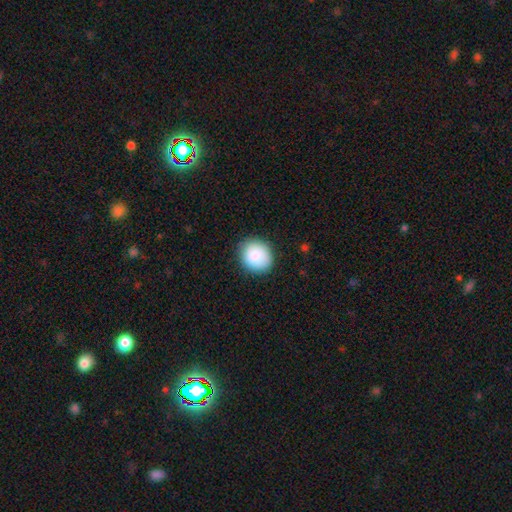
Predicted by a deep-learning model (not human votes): A smooth galaxy with no disk features (86%) that is round (80%). Merging: none (85%).